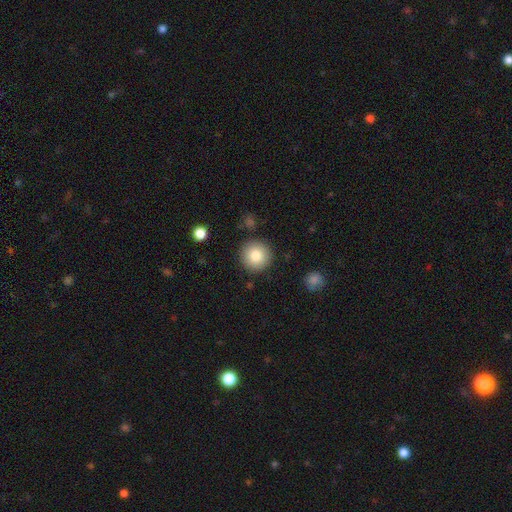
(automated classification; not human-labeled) smooth 82%, featured or disk 9%, star or artifact 9%. Down the decision tree: how rounded — round (95%); merging — none (89%).